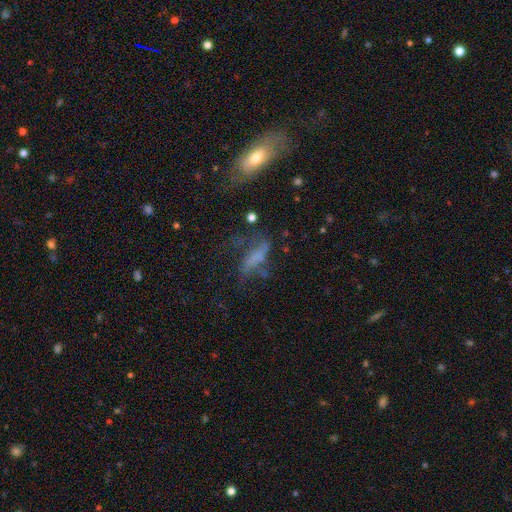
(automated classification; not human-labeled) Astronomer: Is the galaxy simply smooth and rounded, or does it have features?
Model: featured or disk — 44% (runner-up: smooth, 35%).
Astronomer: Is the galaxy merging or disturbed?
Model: none — 43% (runner-up: major disturbance, 29%).